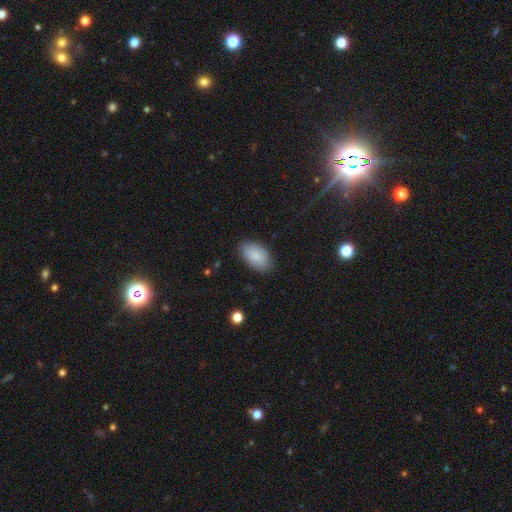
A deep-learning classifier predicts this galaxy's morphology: Q: Smooth or featured?
A: smooth (85%); runner-up: featured or disk (8%)
Q: How rounded?
A: in between (94%); runner-up: round (4%)
Q: Merging?
A: none (84%); runner-up: minor disturbance (12%)